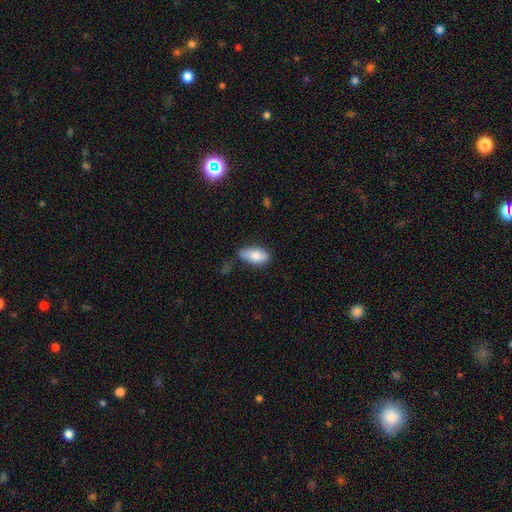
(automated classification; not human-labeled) Smooth or featured? Predicted: smooth (p=0.84). How rounded? Predicted: in between (p=0.92). Merging? Predicted: none (p=0.59).